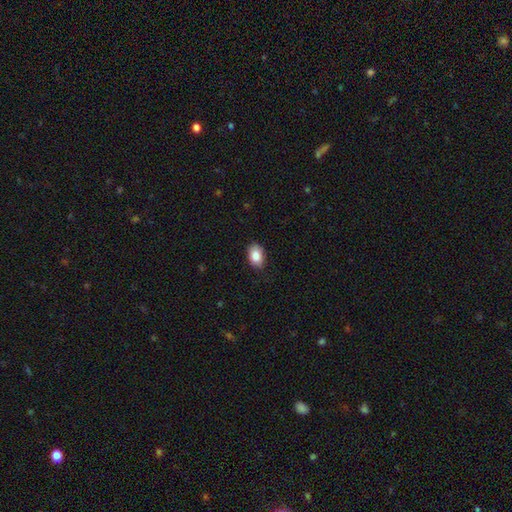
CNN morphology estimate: Smooth or featured? Predicted: smooth (p=0.87). How rounded? Predicted: in between (p=0.85). Merging? Predicted: none (p=0.84).